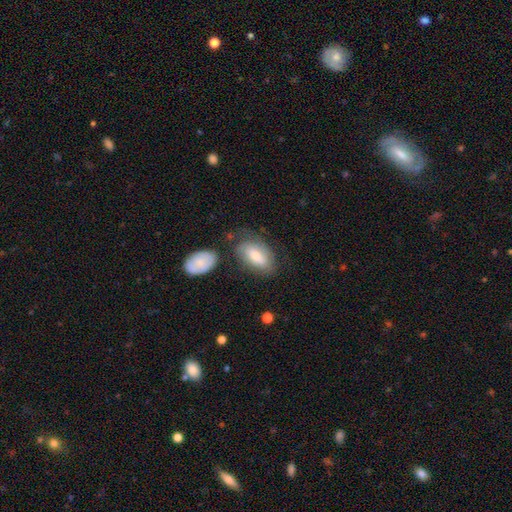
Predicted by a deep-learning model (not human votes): Smooth or featured? Predicted: smooth (p=0.63). How rounded? Predicted: in between (p=0.91). Merging? Predicted: none (p=0.59).